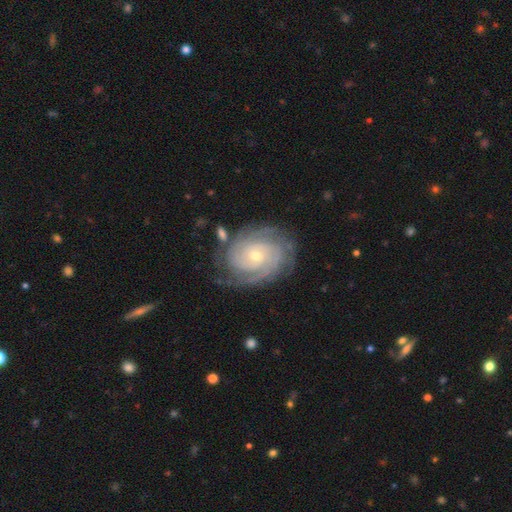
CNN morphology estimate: This is clearly a featured or disk galaxy (89%). It is clearly not viewed edge-on (97%). Bar: likely no (69%). Spiral arm pattern: clearly yes (98%). Spiral arm count: marginally can't tell (24%). Spiral winding: clearly tight (81%). Central bulge: likely small (64%). Merging: likely none (77%).